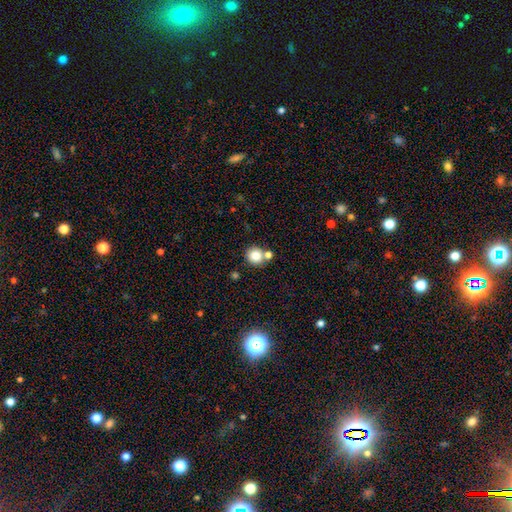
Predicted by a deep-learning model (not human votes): Overall: smooth (81%). How rounded: round (89%). Merging: none (64%; merger 24%).